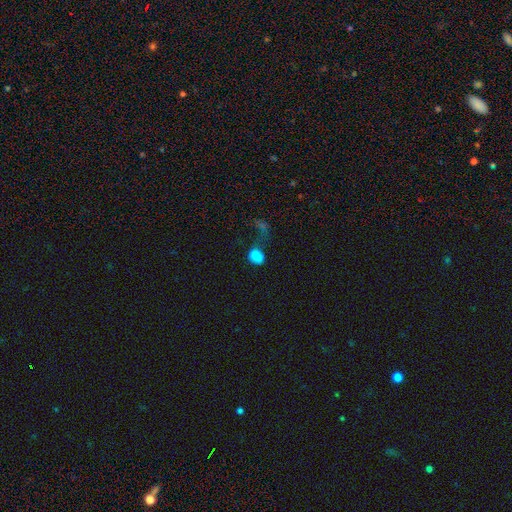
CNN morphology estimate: Q: Smooth or featured?
A: smooth (80%); runner-up: star or artifact (10%)
Q: How rounded?
A: round (55%); runner-up: in between (44%)
Q: Merging?
A: none (36%); runner-up: major disturbance (28%)